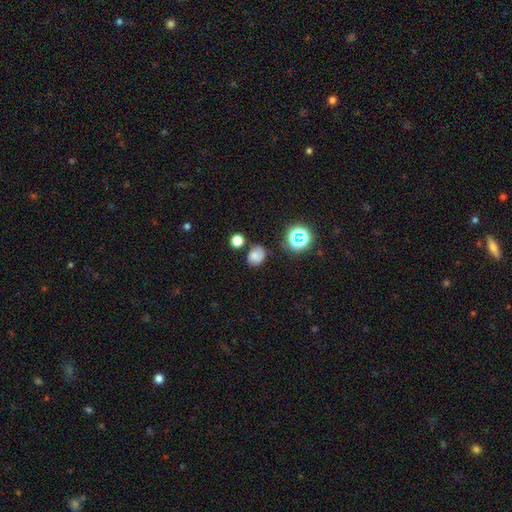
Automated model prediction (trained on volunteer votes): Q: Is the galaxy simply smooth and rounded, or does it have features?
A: smooth — 70%.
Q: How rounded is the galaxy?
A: round — 61%.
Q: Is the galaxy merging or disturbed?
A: none — 65%.